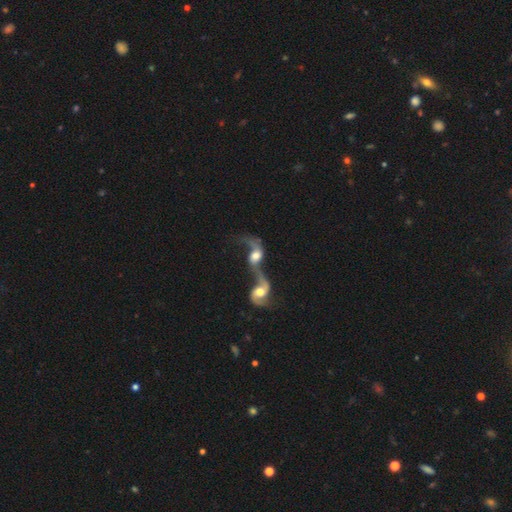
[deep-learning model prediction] Q: Smooth or featured?
A: featured or disk (70%); runner-up: smooth (22%)
Q: Edge-on disk?
A: no (93%); runner-up: yes (7%)
Q: Bar?
A: no (54%); runner-up: weak (34%)
Q: Spiral arms?
A: yes (84%); runner-up: no (16%)
Q: Spiral winding?
A: loose (75%); runner-up: medium (20%)
Q: Spiral arm count?
A: 2 (73%); runner-up: 1 (17%)
Q: Bulge size?
A: moderate (54%); runner-up: large (27%)
Q: Merging?
A: merger (83%); runner-up: major disturbance (7%)